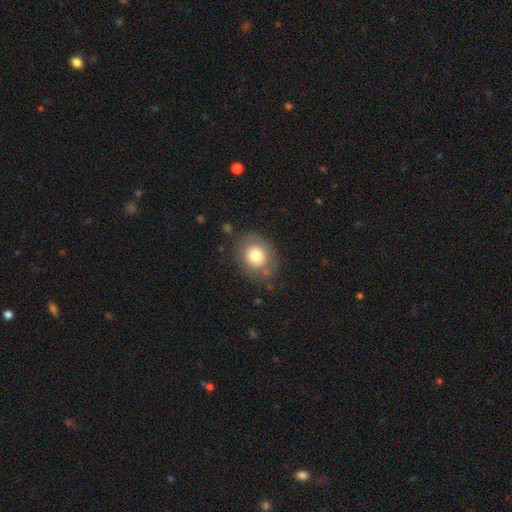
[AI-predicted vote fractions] This is likely a smooth galaxy (76%). How rounded: possibly round (55%). Merging: likely none (76%).